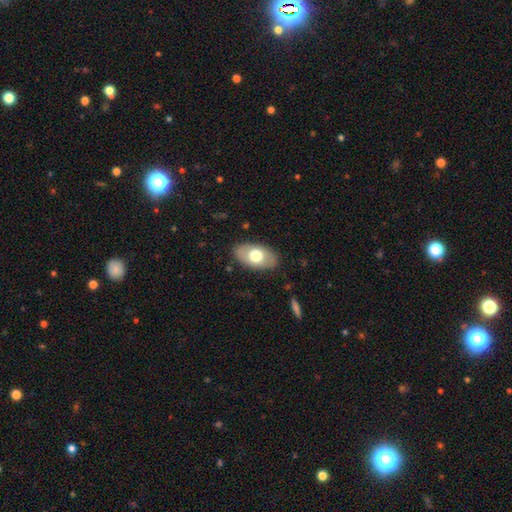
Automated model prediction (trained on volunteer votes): smooth_or_featured: smooth (p=0.66) [alt: featured or disk p=0.29]
how_rounded: in between (p=0.93) [alt: round p=0.06]
merging: none (p=0.85) [alt: minor disturbance p=0.11]